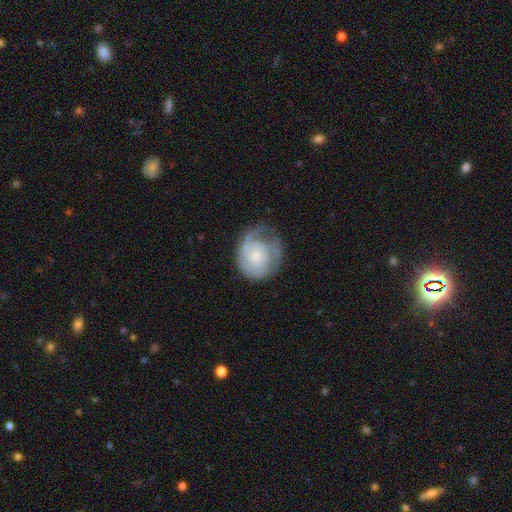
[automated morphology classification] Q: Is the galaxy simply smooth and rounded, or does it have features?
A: featured or disk — 65%.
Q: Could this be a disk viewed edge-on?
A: no — 98%.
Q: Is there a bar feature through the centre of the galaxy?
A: no — 77%.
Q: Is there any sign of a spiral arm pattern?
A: yes — 86%.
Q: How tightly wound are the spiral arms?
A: tight — 57%.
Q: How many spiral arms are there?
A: can't tell — 33%.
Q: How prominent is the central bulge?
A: small — 63%.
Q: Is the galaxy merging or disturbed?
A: none — 52%.